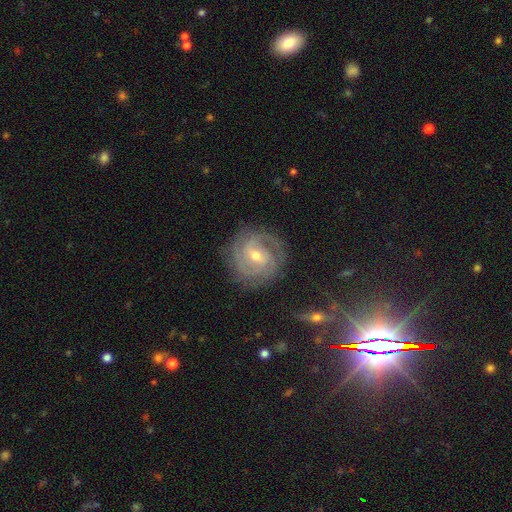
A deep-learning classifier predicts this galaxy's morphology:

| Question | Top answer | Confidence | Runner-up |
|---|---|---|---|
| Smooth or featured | featured or disk | 87% | smooth (7%) |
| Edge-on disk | no | 97% | yes (3%) |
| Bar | weak | 49% | no (31%) |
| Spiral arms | yes | 97% | no (3%) |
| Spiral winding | tight | 71% | medium (25%) |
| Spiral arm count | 2 | 34% | 3 (29%) |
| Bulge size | moderate | 53% | small (44%) |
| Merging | none | 80% | minor disturbance (14%) |